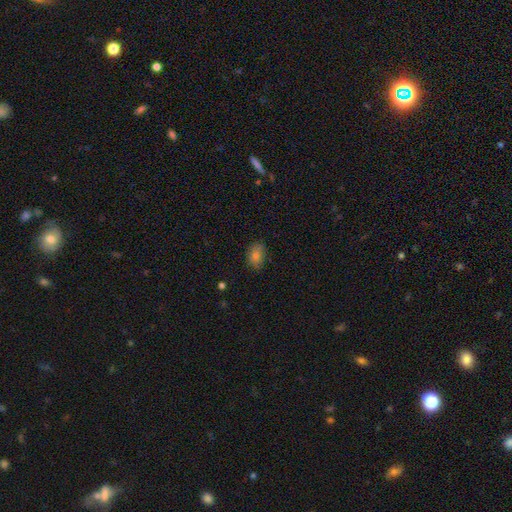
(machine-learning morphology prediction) This is likely a smooth galaxy (74%). How rounded: likely in between (71%). Merging: likely none (79%).